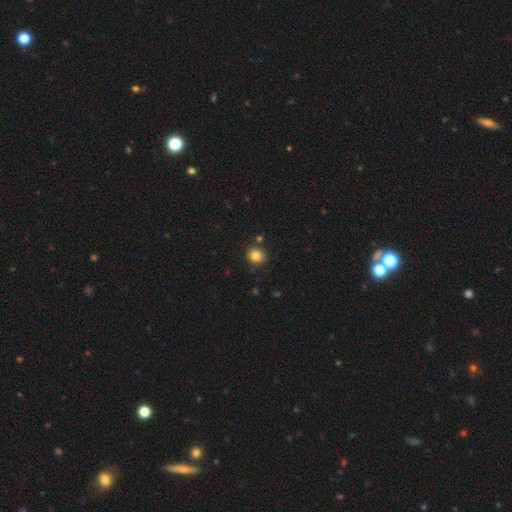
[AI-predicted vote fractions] A smooth galaxy with no disk features (83%) that is round (83%). Merging: none (85%).